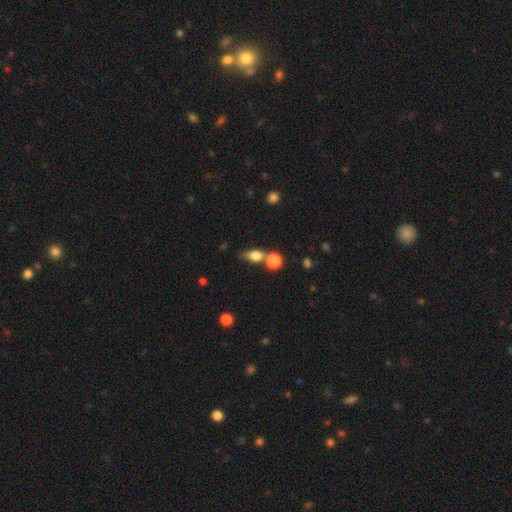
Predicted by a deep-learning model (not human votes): smooth-or-featured: smooth: 75% | featured or disk: 14% | star or artifact: 12%
  how-rounded: in between: 60% | round: 31% | cigar-shaped: 8%
  merging: none: 46% | merger: 32% | minor disturbance: 15% | major disturbance: 7%